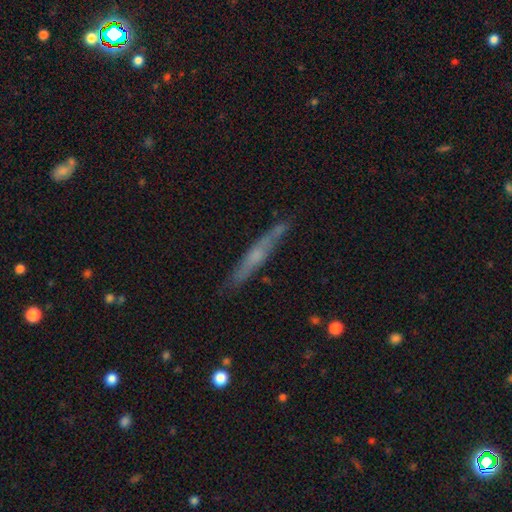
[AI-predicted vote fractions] This is possibly a featured or disk galaxy (54%). It is clearly viewed edge-on (91%). Merging: clearly none (81%).